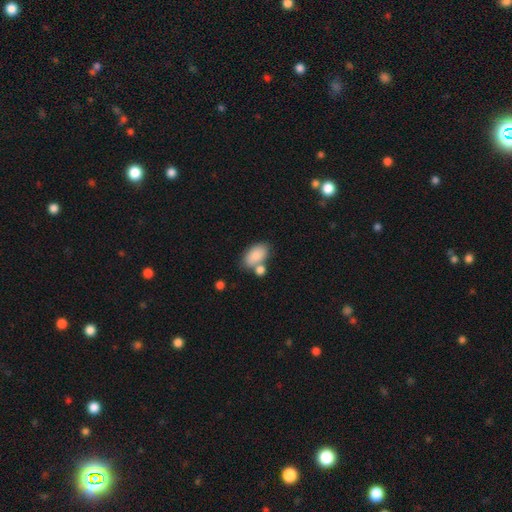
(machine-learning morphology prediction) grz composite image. It shows a smooth galaxy with no disk features (85%) that is in between round and cigar-shaped (92%). Merging: none (53%).